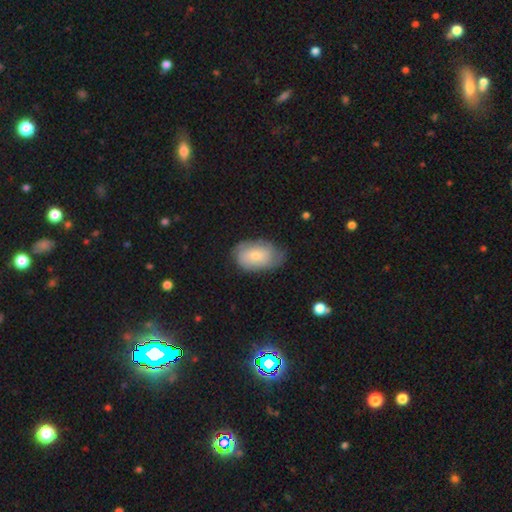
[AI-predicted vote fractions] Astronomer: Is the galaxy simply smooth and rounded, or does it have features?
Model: smooth — 60%.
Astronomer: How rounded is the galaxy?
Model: in between — 89%.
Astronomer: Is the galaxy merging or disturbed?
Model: none — 63%.